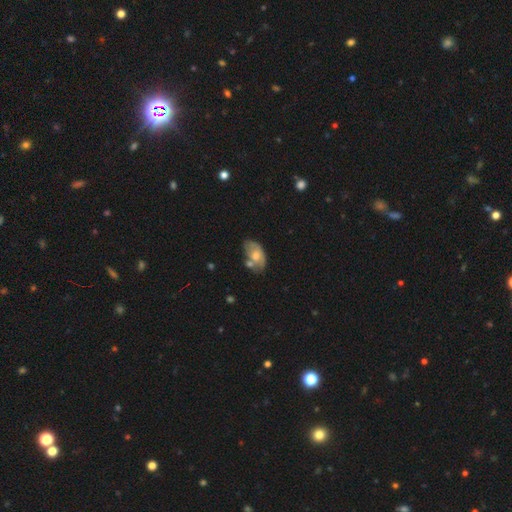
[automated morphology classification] smooth 49%, featured or disk 43%, star or artifact 8%. Down the decision tree: merging — none (46%).